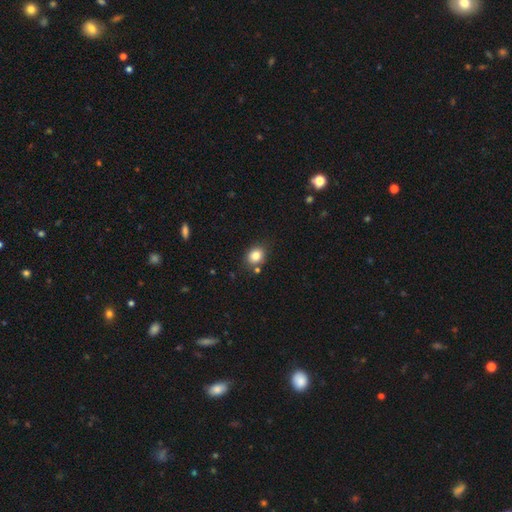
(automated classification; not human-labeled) Smooth or featured? smooth (84%)
How rounded? round (55%)
Merging? none (79%)